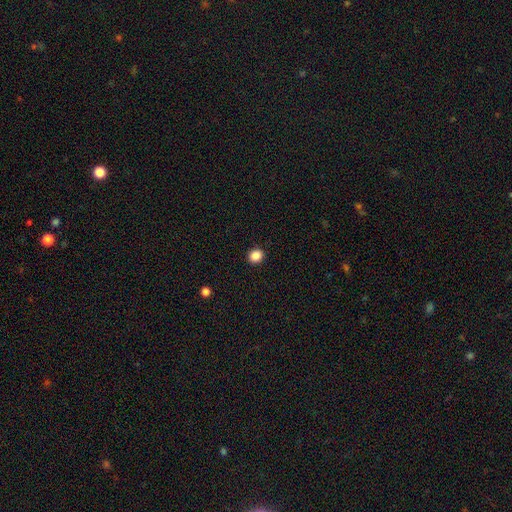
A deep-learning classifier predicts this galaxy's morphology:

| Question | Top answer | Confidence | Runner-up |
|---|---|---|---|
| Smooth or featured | smooth | 87% | star or artifact (10%) |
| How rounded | round | 77% | in between (22%) |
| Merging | none | 92% | minor disturbance (5%) |